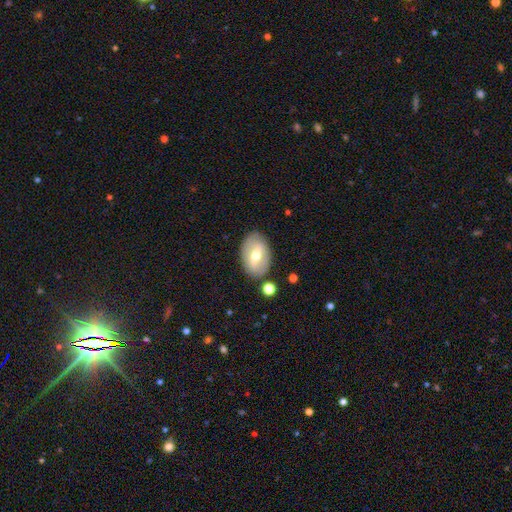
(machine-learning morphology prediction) smooth-or-featured: smooth: 50% | featured or disk: 43% | star or artifact: 7%
  how-rounded: in between: 87% | round: 12% | cigar-shaped: 1%
  merging: none: 82% | minor disturbance: 12% | major disturbance: 3% | merger: 3%